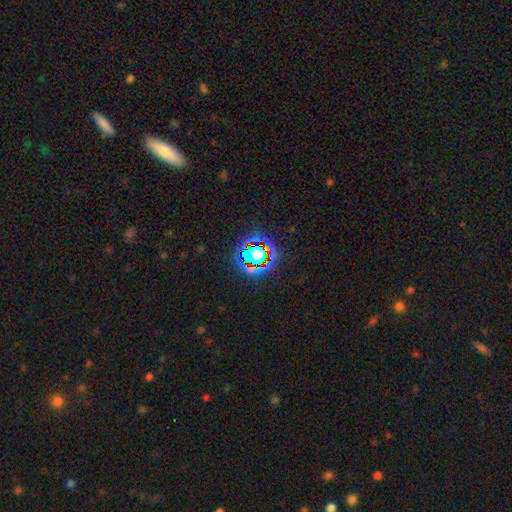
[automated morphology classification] Smooth or featured: star or artifact — 72% (smooth — 17%)